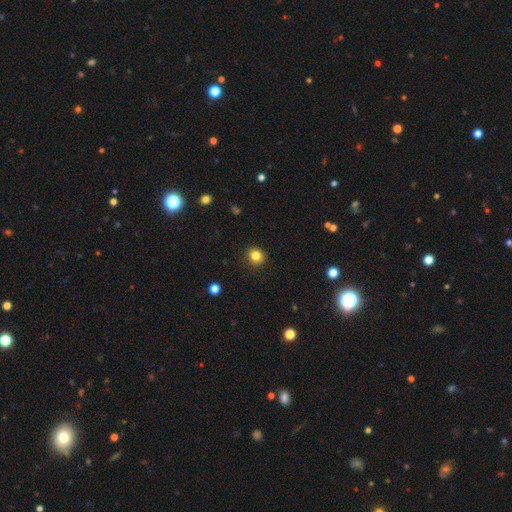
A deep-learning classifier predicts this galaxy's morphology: smooth-or-featured: smooth: 83% | star or artifact: 12% | featured or disk: 5%
  how-rounded: round: 89% | in between: 10% | cigar-shaped: 1%
  merging: none: 91% | minor disturbance: 6% | major disturbance: 2% | merger: 1%